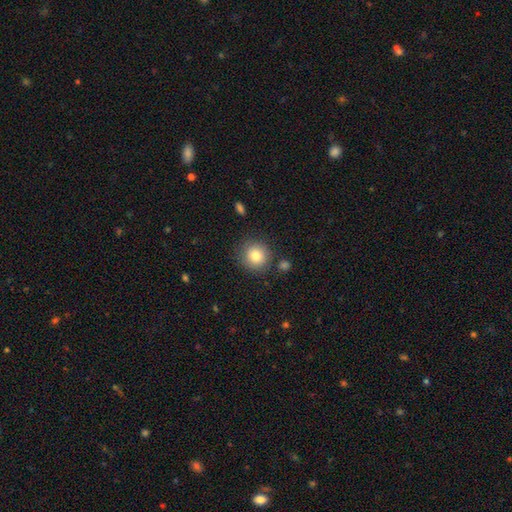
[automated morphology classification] smooth-or-featured: smooth: 82% | star or artifact: 10% | featured or disk: 9%
  how-rounded: round: 92% | in between: 7% | cigar-shaped: 1%
  merging: none: 84% | minor disturbance: 9% | merger: 4% | major disturbance: 3%